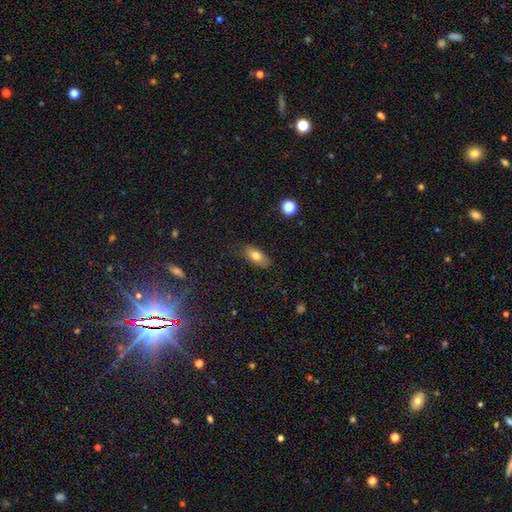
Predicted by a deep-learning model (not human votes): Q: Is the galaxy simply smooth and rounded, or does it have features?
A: smooth — 75%.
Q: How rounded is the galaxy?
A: in between — 83%.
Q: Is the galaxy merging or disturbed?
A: none — 82%.